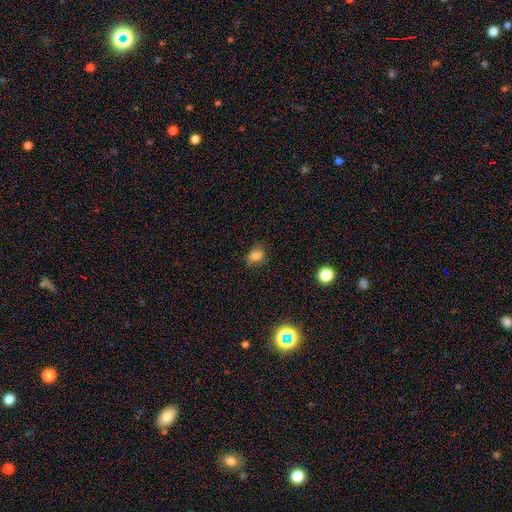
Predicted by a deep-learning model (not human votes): smooth 80%, star or artifact 13%, featured or disk 6%. Down the decision tree: how rounded — in between (69%); merging — none (72%).